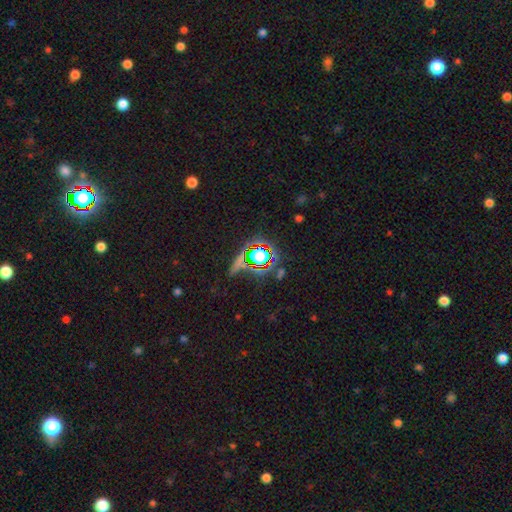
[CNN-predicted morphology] star or artifact 77%, smooth 14%, featured or disk 10%.